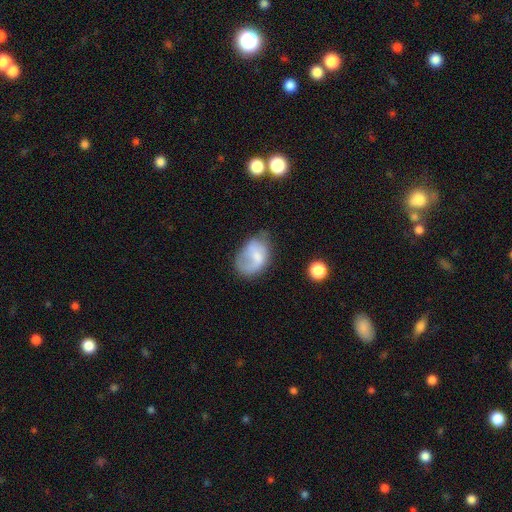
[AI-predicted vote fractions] Q: Smooth or featured?
A: smooth (59%); runner-up: featured or disk (32%)
Q: How rounded?
A: in between (74%); runner-up: round (25%)
Q: Merging?
A: none (37%); runner-up: minor disturbance (33%)